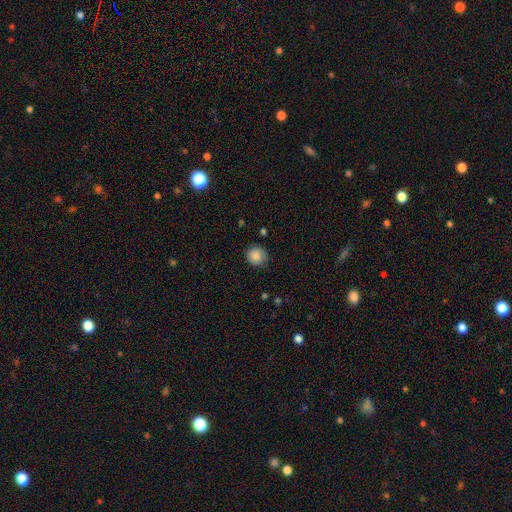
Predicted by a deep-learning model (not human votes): A smooth galaxy with no disk features (82%) that is round (85%).

Vote fractions:
- Smooth or featured? smooth: 82% / featured or disk: 10% / star or artifact: 8%
- How rounded? round: 85% / in between: 14% / cigar-shaped: 1%
- Merging? none: 70% / minor disturbance: 23% / major disturbance: 5% / merger: 1%